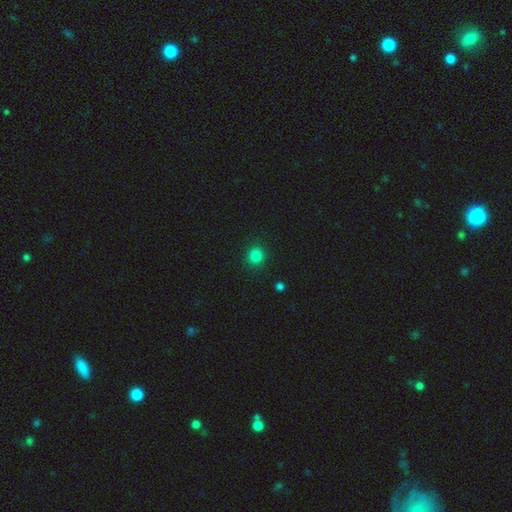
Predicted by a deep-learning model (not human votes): Smooth or featured? Predicted: smooth (p=0.84). How rounded? Predicted: round (p=0.89). Merging? Predicted: none (p=0.91).